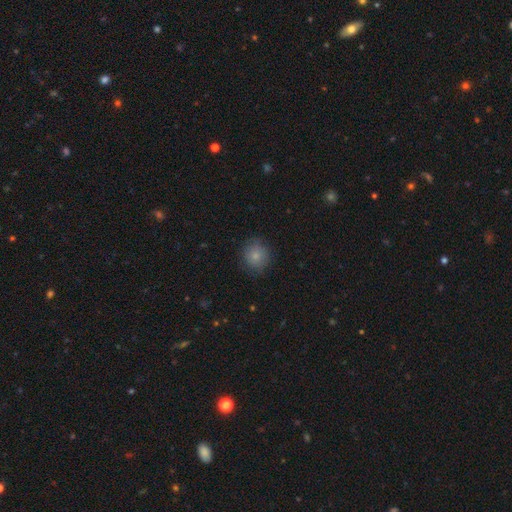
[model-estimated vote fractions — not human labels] This appears to be a smooth galaxy with no disk features (82%) that is round (90%). Merging: none (82%).